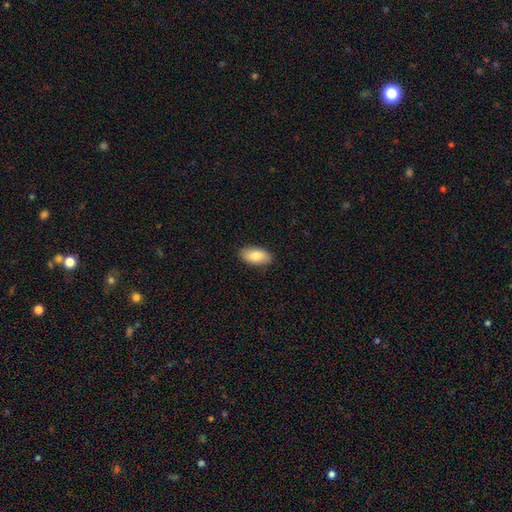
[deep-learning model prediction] Smooth or featured?
  - smooth: 82% *
  - featured or disk: 12%
  - star or artifact: 6%
How rounded?
  - in between: 93% *
  - cigar-shaped: 4%
  - round: 3%
Merging?
  - none: 88% *
  - minor disturbance: 9%
  - major disturbance: 2%
  - merger: 1%